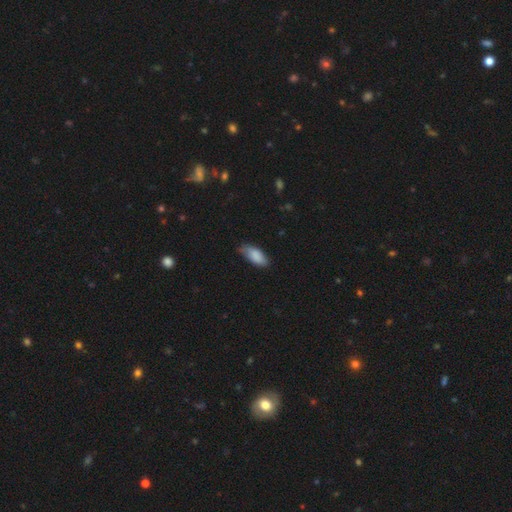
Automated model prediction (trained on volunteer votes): This is clearly a smooth galaxy (85%). How rounded: clearly in between (89%). Merging: likely none (63%).